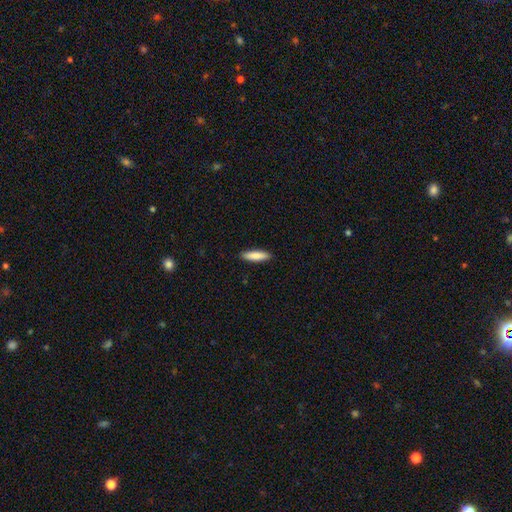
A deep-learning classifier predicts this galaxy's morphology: The model was most divided on "how rounded": cigar-shaped: 73%, in between: 26%, round: 1%. More confident: merging — none (91%); smooth or featured — smooth (84%).